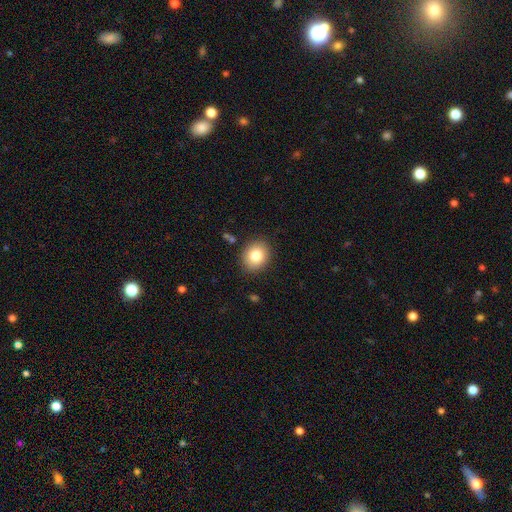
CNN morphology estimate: A smooth galaxy with no disk features (82%) that is round (67%). Merging: none (88%).